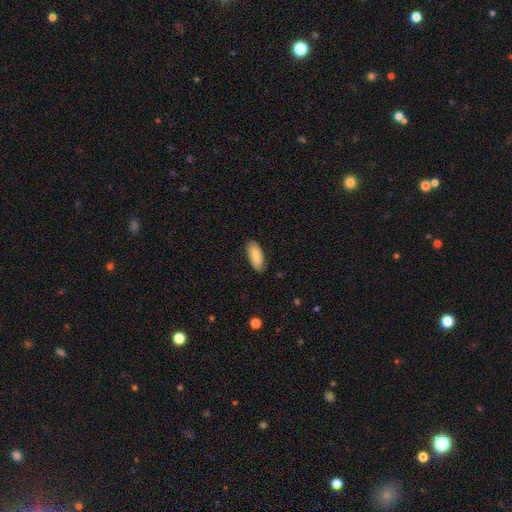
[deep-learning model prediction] Smooth or featured: smooth — 80% (featured or disk — 14%)
How rounded: in between — 85% (cigar-shaped — 13%)
Merging: none — 82% (minor disturbance — 15%)